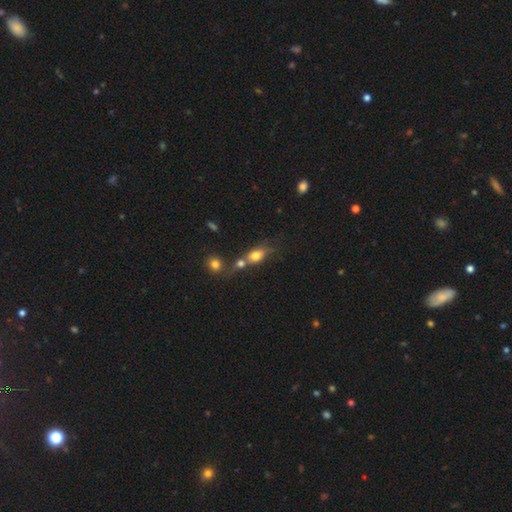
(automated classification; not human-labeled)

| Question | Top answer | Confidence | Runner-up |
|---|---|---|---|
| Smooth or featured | smooth | 75% | featured or disk (15%) |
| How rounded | in between | 71% | round (21%) |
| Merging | merger | 47% | none (34%) |